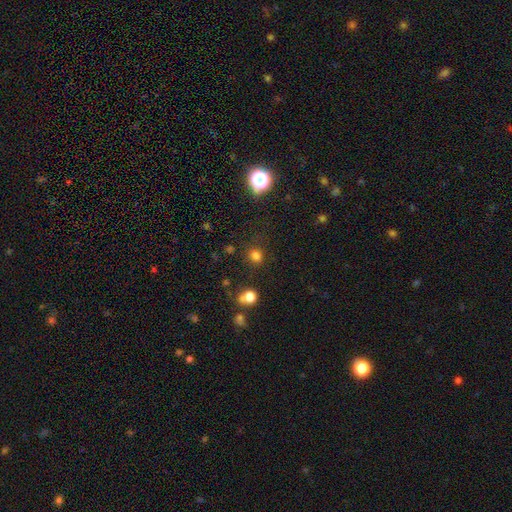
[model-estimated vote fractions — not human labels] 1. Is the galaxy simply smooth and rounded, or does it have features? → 74% smooth, 21% star or artifact, 5% featured or disk.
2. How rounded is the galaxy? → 70% round, 28% in between, 1% cigar-shaped.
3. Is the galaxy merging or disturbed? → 76% none, 13% minor disturbance, 6% major disturbance, 5% merger.